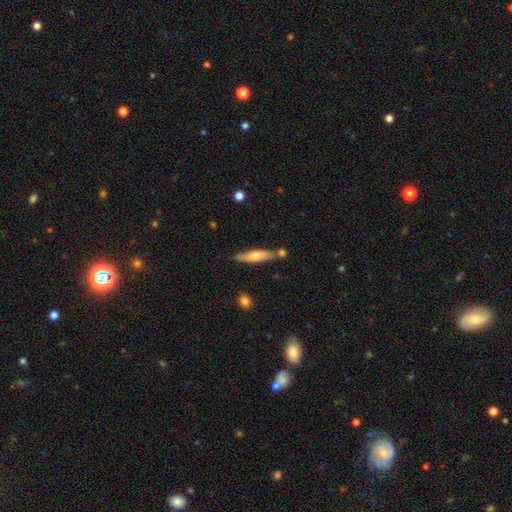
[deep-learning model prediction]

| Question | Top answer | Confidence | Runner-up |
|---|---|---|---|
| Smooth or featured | smooth | 57% | featured or disk (37%) |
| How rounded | cigar-shaped | 80% | in between (19%) |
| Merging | none | 73% | minor disturbance (14%) |